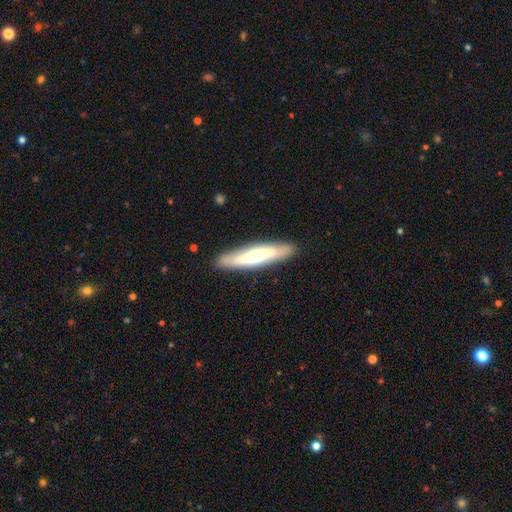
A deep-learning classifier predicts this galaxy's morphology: type=smooth (48%); merging=none (89%).